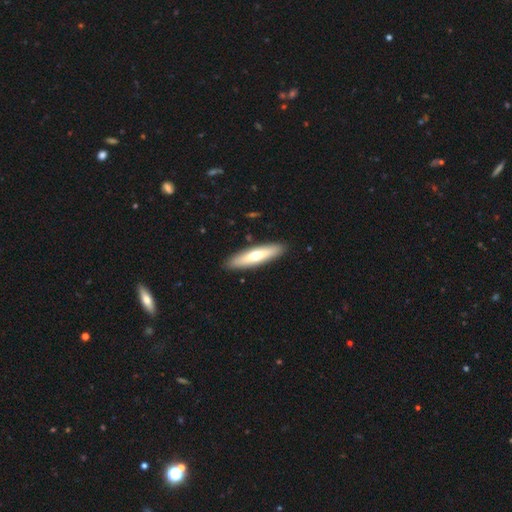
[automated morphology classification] This appears to be a smooth galaxy with no disk features (56%) that is cigar-shaped (75%). Merging: none (90%).